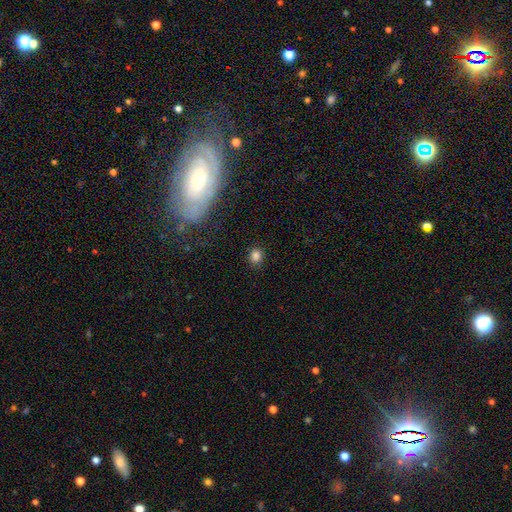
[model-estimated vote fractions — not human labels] Q: Smooth or featured?
A: smooth (82%); runner-up: star or artifact (13%)
Q: How rounded?
A: round (78%); runner-up: in between (21%)
Q: Merging?
A: none (88%); runner-up: minor disturbance (8%)